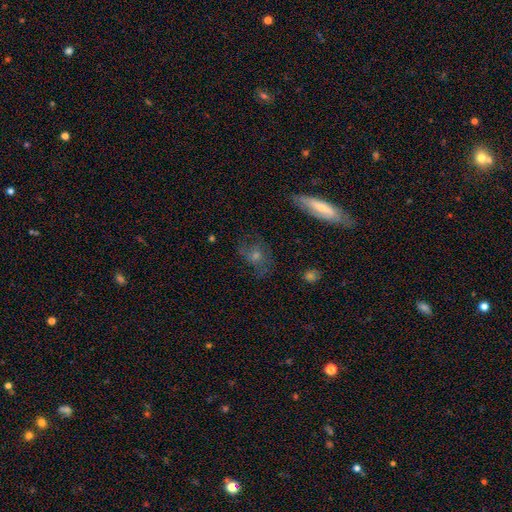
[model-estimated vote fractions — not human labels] smooth-or-featured: featured or disk: 50% | smooth: 33% | star or artifact: 17%
  merging: none: 69% | minor disturbance: 18% | major disturbance: 10% | merger: 2%